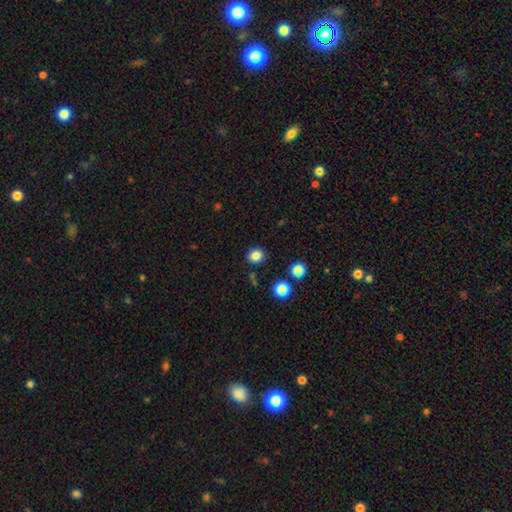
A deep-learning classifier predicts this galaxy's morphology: Smooth or featured? Predicted: smooth (p=0.84). How rounded? Predicted: round (p=0.75). Merging? Predicted: none (p=0.87).